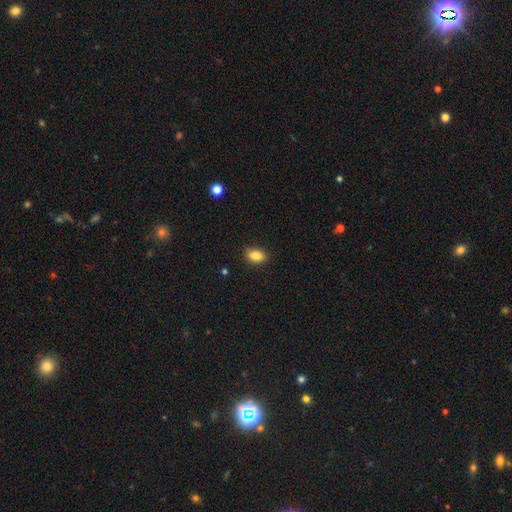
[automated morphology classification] smooth-or-featured: smooth: 87% | star or artifact: 9% | featured or disk: 5%
  how-rounded: in between: 86% | round: 12% | cigar-shaped: 2%
  merging: none: 83% | minor disturbance: 13% | major disturbance: 2% | merger: 1%